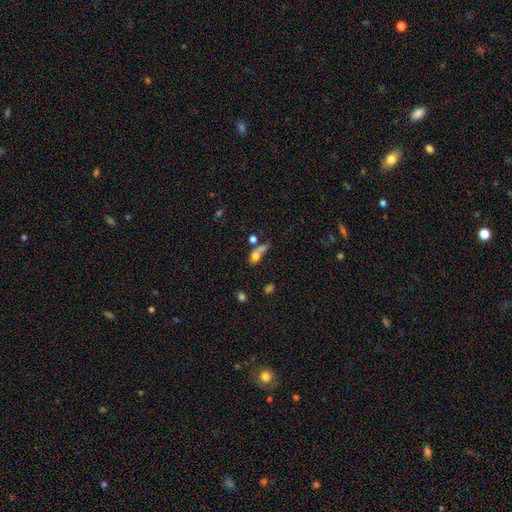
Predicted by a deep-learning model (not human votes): This is likely a smooth galaxy (68%). How rounded: possibly in between (51%). Merging: possibly merger (45%).